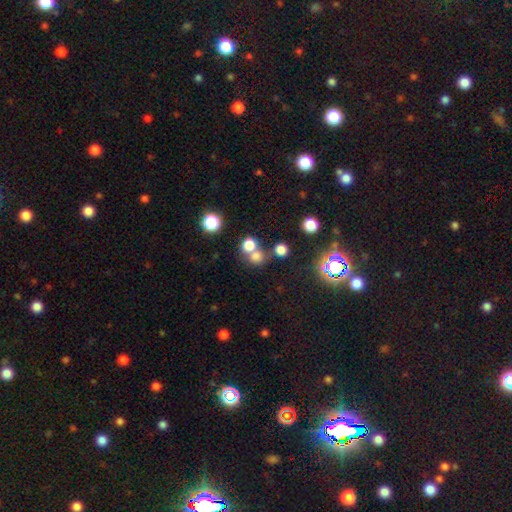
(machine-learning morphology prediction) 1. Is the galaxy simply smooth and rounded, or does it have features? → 71% smooth, 21% star or artifact, 8% featured or disk.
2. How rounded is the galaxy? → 84% round, 15% in between, 1% cigar-shaped.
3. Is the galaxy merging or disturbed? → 50% none, 39% merger, 7% minor disturbance, 4% major disturbance.